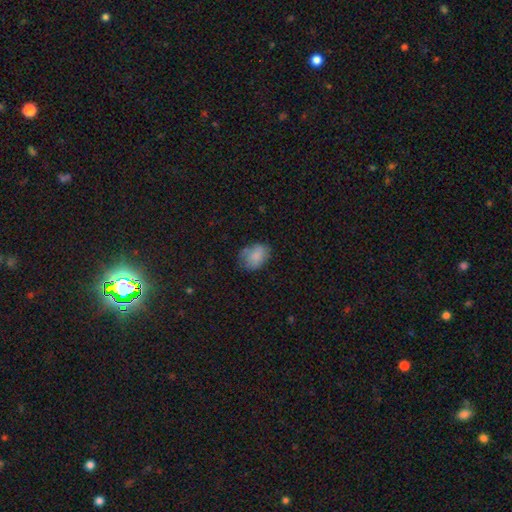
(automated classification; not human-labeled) Smooth or featured: smooth — 79% (featured or disk — 13%)
How rounded: in between — 71% (round — 28%)
Merging: none — 62% (minor disturbance — 27%)